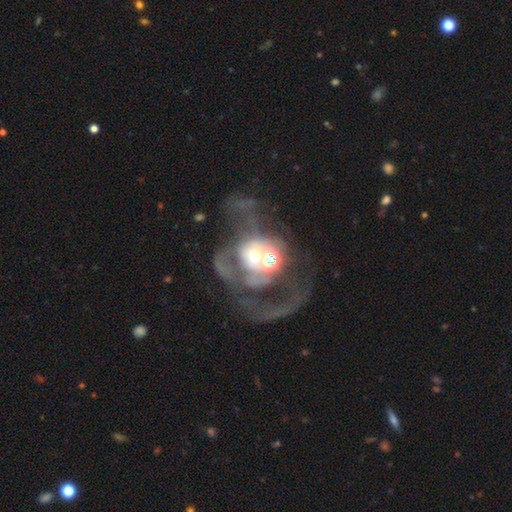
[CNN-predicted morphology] type=featured or disk (57%); edge-on=no (96%); bar=no (79%); spiral arms=no (65%); bulge=moderate (48%); merging=major disturbance (41%).